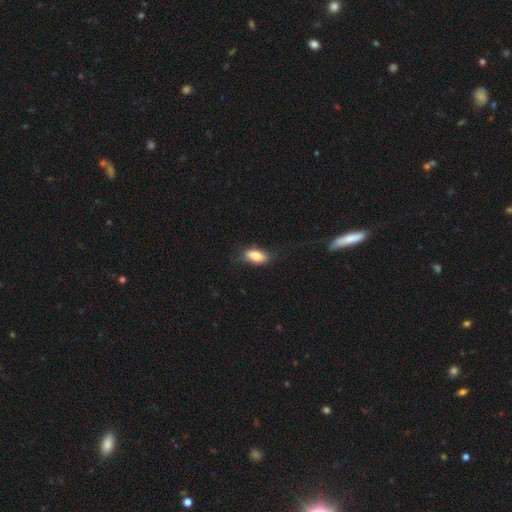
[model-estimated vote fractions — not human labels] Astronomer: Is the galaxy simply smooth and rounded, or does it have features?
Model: smooth — 81%.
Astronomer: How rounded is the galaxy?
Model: in between — 88%.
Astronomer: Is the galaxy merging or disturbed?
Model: none — 61%.